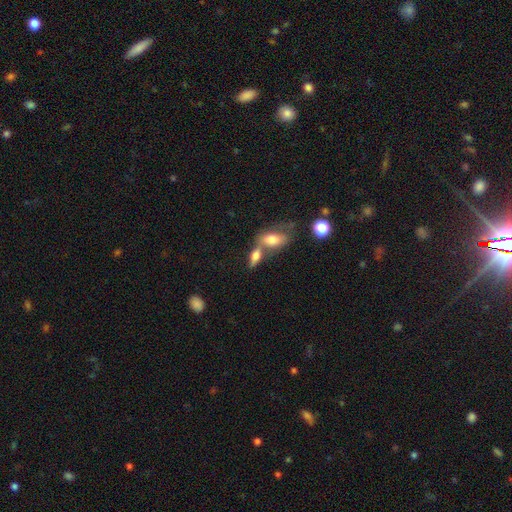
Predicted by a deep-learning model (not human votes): A smooth galaxy with no disk features (63%) that is in between round and cigar-shaped (71%).

Vote fractions:
- Smooth or featured? smooth: 63% / featured or disk: 28% / star or artifact: 9%
- How rounded? in between: 71% / cigar-shaped: 22% / round: 7%
- Merging? merger: 47% / none: 38% / minor disturbance: 10% / major disturbance: 5%